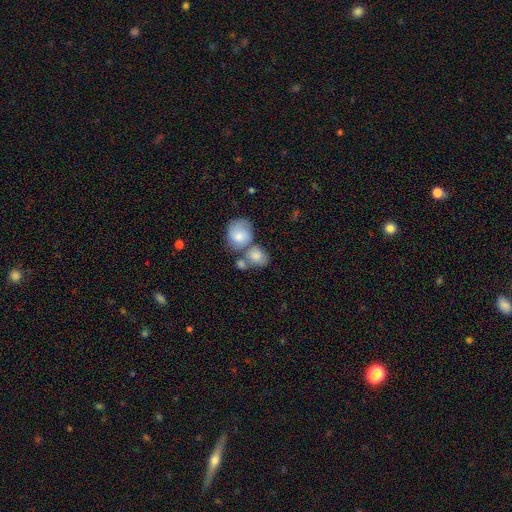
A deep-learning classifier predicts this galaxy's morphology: The model was most divided on "how rounded": in between: 50%, round: 48%, cigar-shaped: 2%. More confident: smooth or featured — smooth (74%); merging — merger (52%).